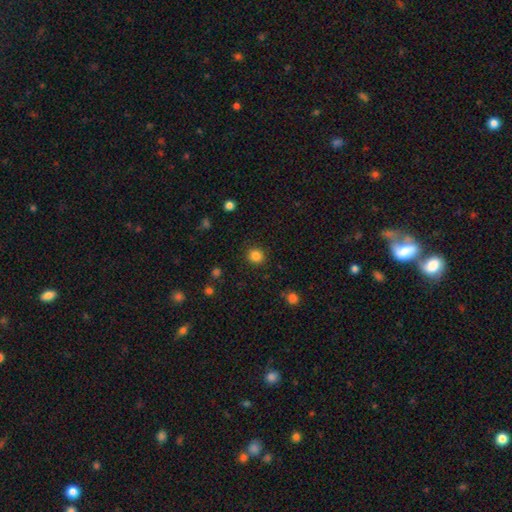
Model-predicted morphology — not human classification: Smooth or featured? Predicted: smooth (p=0.84). How rounded? Predicted: round (p=0.89). Merging? Predicted: none (p=0.89).